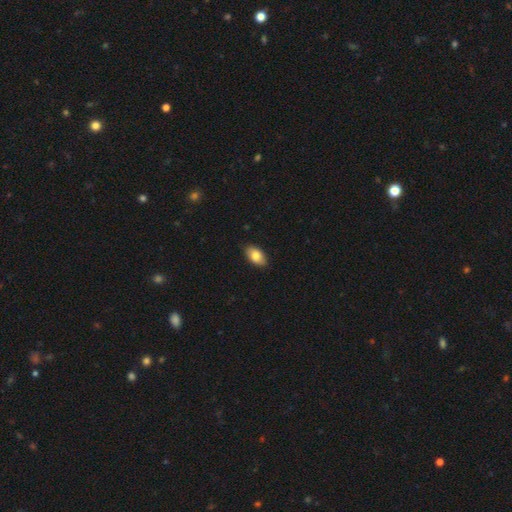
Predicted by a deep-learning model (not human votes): Smooth or featured? smooth (82%)
How rounded? in between (93%)
Merging? none (87%)